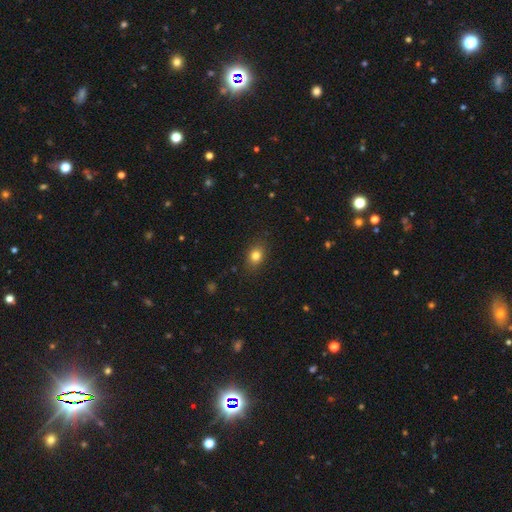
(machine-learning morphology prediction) This appears to be a smooth galaxy with no disk features (81%) that is in between round and cigar-shaped (60%). Merging: none (85%).